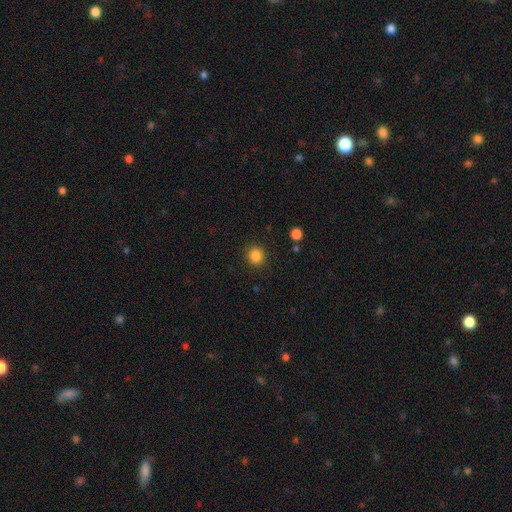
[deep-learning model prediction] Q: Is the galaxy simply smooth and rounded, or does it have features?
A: smooth — 85%.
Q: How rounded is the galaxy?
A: round — 88%.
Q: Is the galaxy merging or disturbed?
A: none — 90%.